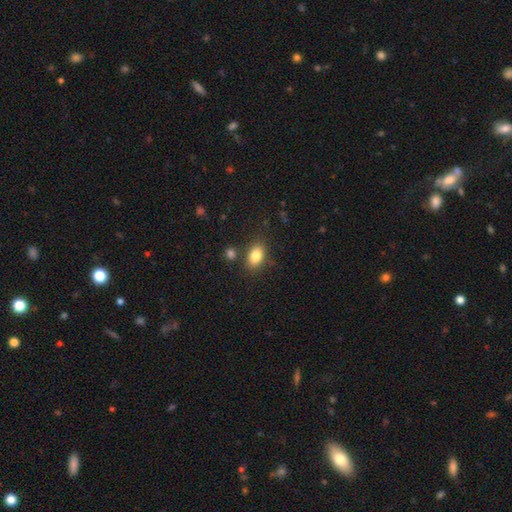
smooth_or_featured: smooth (p=0.88) [alt: star or artifact p=0.07]
how_rounded: in between (p=0.86) [alt: round p=0.14]
merging: none (p=0.92) [alt: minor disturbance p=0.08]